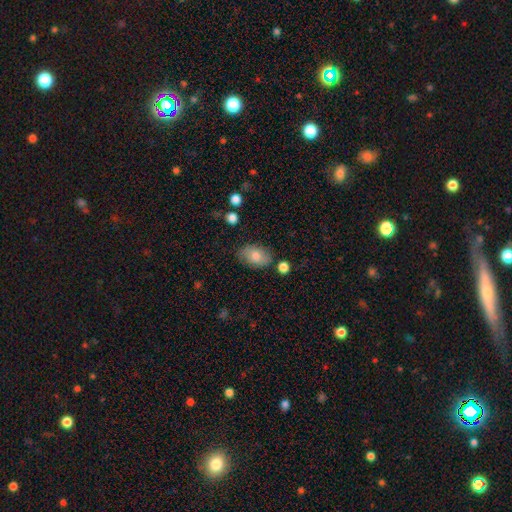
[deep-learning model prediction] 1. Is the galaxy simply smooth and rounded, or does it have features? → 78% smooth, 14% featured or disk, 8% star or artifact.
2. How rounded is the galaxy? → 87% in between, 12% round, 1% cigar-shaped.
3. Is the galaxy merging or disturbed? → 80% none, 14% minor disturbance, 3% merger, 3% major disturbance.